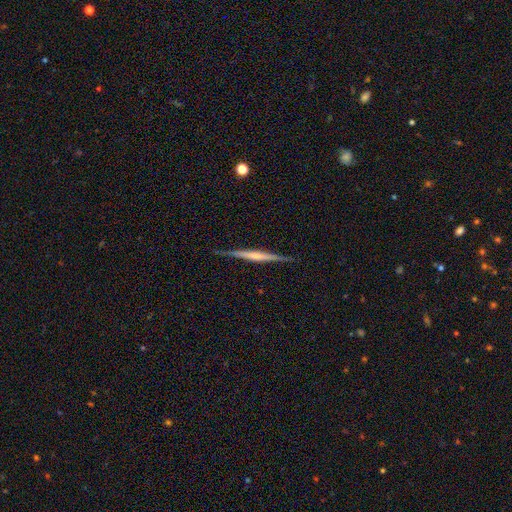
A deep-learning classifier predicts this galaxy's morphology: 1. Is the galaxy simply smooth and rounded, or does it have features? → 68% featured or disk, 26% smooth, 6% star or artifact.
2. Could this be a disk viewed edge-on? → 98% yes, 2% no.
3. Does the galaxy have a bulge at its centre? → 50% none, 30% rounded, 19% boxy.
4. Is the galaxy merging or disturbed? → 89% none, 8% minor disturbance, 2% major disturbance, 1% merger.